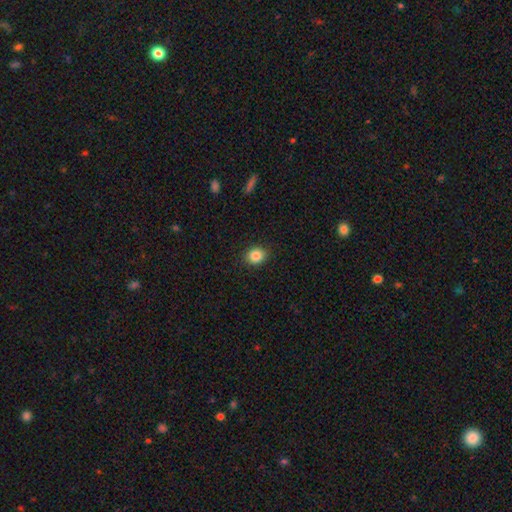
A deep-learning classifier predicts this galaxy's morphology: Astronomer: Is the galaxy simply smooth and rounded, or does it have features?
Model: smooth — 86%.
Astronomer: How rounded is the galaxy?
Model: round — 62%.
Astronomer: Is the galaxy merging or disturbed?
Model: none — 89%.